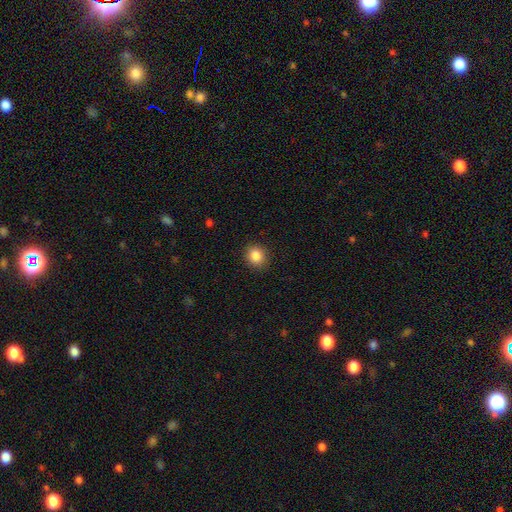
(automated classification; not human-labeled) Smooth or featured?
  - smooth: 85% *
  - star or artifact: 10%
  - featured or disk: 5%
How rounded?
  - round: 73% *
  - in between: 26%
  - cigar-shaped: 1%
Merging?
  - none: 90% *
  - minor disturbance: 7%
  - major disturbance: 2%
  - merger: 1%